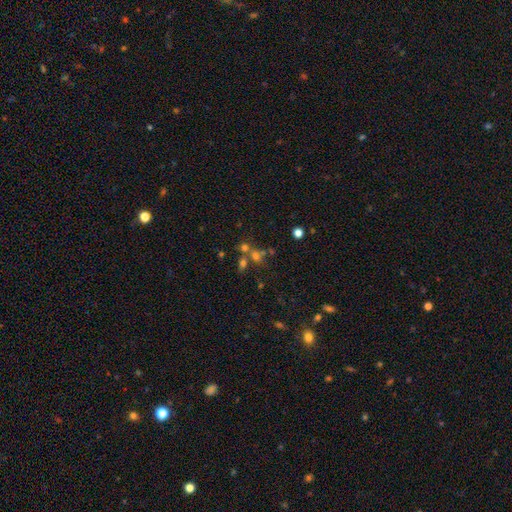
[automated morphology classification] Smooth or featured?
  - smooth: 46% *
  - star or artifact: 35%
  - featured or disk: 19%
Merging?
  - none: 44% *
  - merger: 41%
  - minor disturbance: 8%
  - major disturbance: 7%